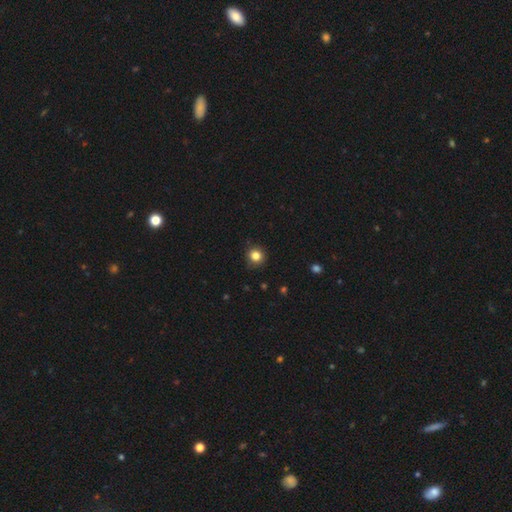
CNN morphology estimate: The model was most divided on "smooth or featured": smooth: 83%, star or artifact: 12%, featured or disk: 5%. More confident: how rounded — round (91%); merging — none (88%).